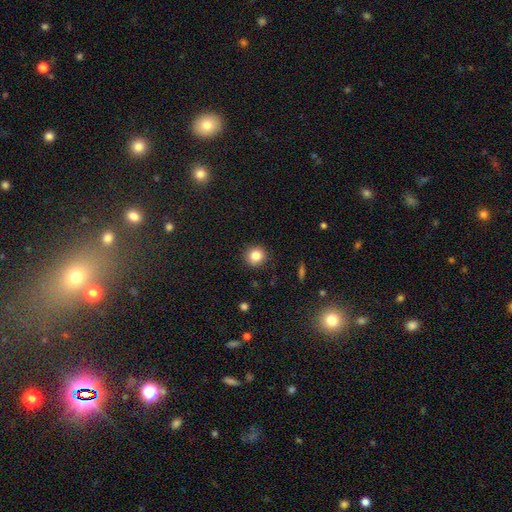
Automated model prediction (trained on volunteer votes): The model was most divided on "smooth or featured": smooth: 83%, star or artifact: 11%, featured or disk: 6%. More confident: how rounded — round (91%); merging — none (91%).